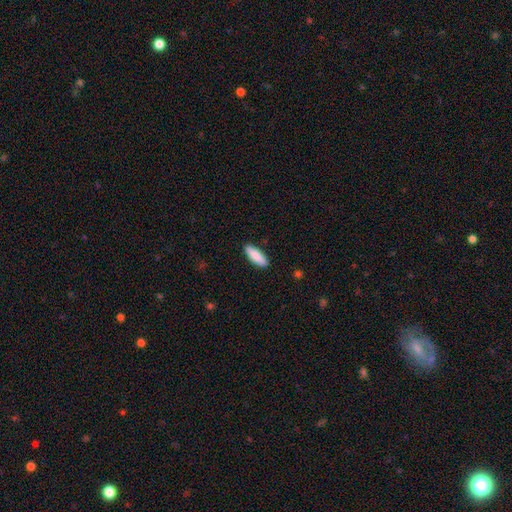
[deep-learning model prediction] Overall: smooth (86%). How rounded: in between (53%; cigar-shaped 46%). Merging: none (88%).